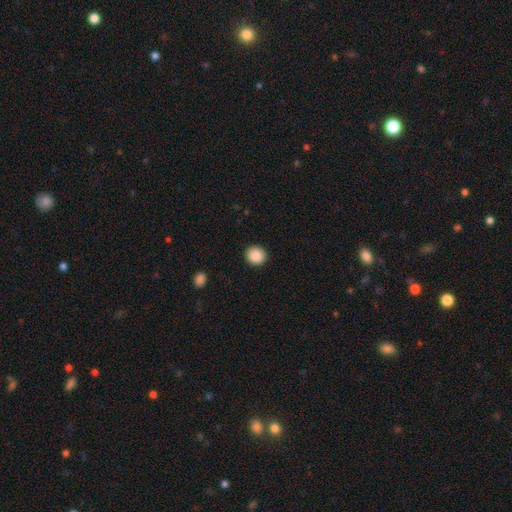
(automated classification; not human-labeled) smooth-or-featured: smooth: 89% | star or artifact: 8% | featured or disk: 3%
  how-rounded: round: 83% | in between: 17% | cigar-shaped: 1%
  merging: none: 91% | minor disturbance: 6% | major disturbance: 2% | merger: 1%